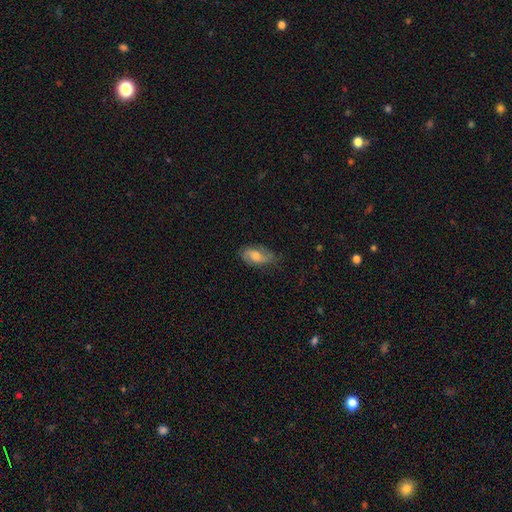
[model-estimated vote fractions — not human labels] A smooth galaxy with no disk features (53%) that is in between round and cigar-shaped (88%).

Vote fractions:
- Smooth or featured? smooth: 53% / featured or disk: 38% / star or artifact: 9%
- How rounded? in between: 88% / cigar-shaped: 7% / round: 5%
- Merging? none: 66% / minor disturbance: 25% / major disturbance: 7% / merger: 1%